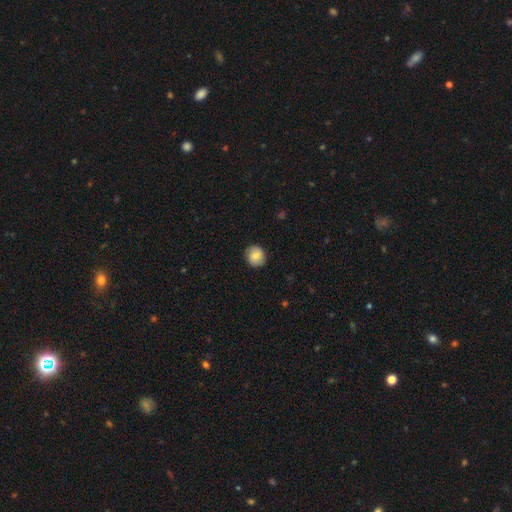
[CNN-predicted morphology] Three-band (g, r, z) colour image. It shows a smooth galaxy with no disk features (72%) that is round (85%). Merging: none (86%).